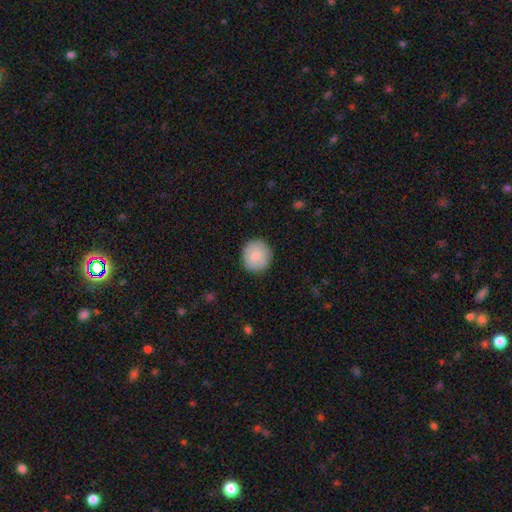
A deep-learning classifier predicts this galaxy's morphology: Overall: smooth (85%). How rounded: round (92%). Merging: none (89%).